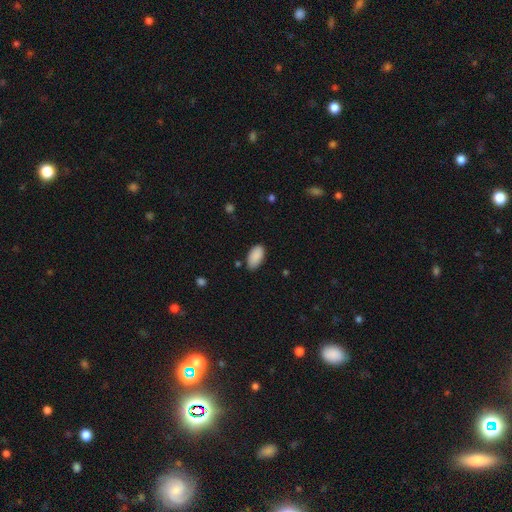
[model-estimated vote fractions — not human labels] smooth 90%, star or artifact 7%, featured or disk 4%. Down the decision tree: how rounded — in between (95%); merging — none (80%).